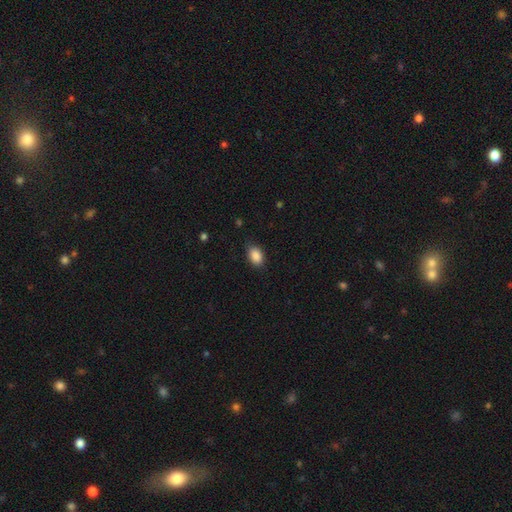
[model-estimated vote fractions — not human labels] Smooth or featured? Predicted: smooth (p=0.88). How rounded? Predicted: in between (p=0.84). Merging? Predicted: none (p=0.82).